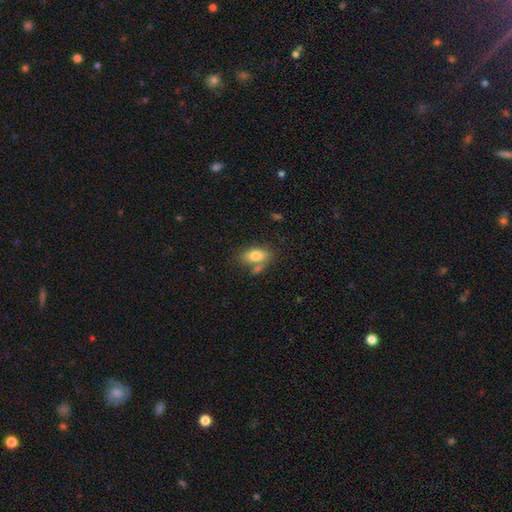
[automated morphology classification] Q: Smooth or featured?
A: smooth (80%); runner-up: featured or disk (12%)
Q: How rounded?
A: in between (88%); runner-up: round (8%)
Q: Merging?
A: none (58%); runner-up: merger (20%)